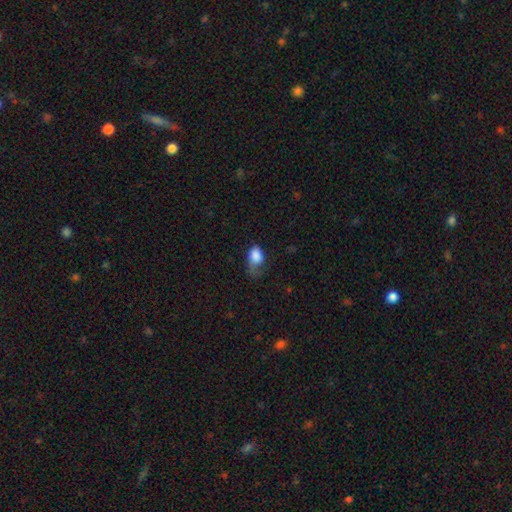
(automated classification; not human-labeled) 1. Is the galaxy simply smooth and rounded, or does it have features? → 83% smooth, 10% featured or disk, 7% star or artifact.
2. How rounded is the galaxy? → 81% in between, 17% round, 2% cigar-shaped.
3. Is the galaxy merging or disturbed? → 40% major disturbance, 33% minor disturbance, 24% none, 3% merger.